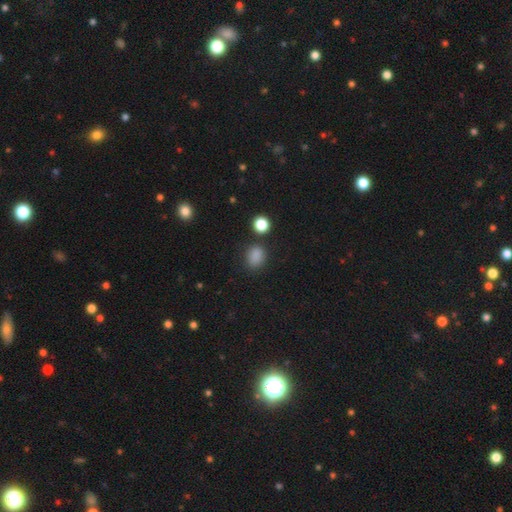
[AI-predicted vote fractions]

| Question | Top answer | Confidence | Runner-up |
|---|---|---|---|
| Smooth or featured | smooth | 83% | star or artifact (13%) |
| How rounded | in between | 50% | round (48%) |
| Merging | none | 77% | minor disturbance (14%) |